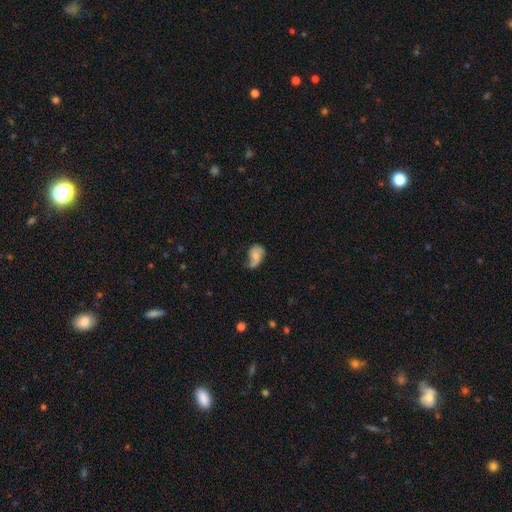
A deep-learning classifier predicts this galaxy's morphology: The model was most divided on "merging": none: 38%, minor disturbance: 35%, major disturbance: 24%, merger: 4%. Remaining: edge-on disk — no (97%); spiral arms — yes (85%); bar — no (68%); smooth or featured — featured or disk (52%); bulge size — small (43%).